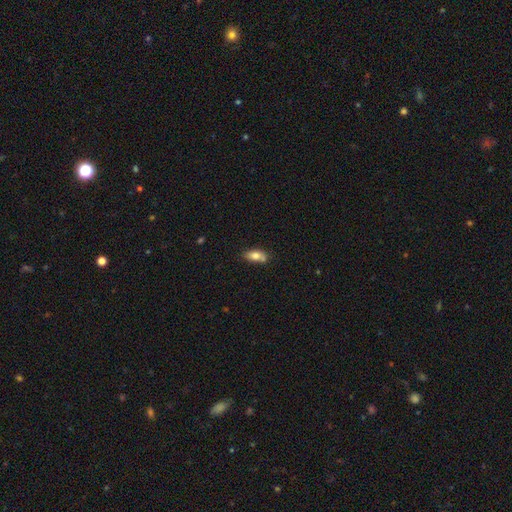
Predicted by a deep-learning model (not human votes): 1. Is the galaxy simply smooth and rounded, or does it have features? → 78% smooth, 14% featured or disk, 7% star or artifact.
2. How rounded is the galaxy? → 86% in between, 10% cigar-shaped, 4% round.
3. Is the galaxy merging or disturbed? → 66% none, 21% minor disturbance, 9% merger, 4% major disturbance.